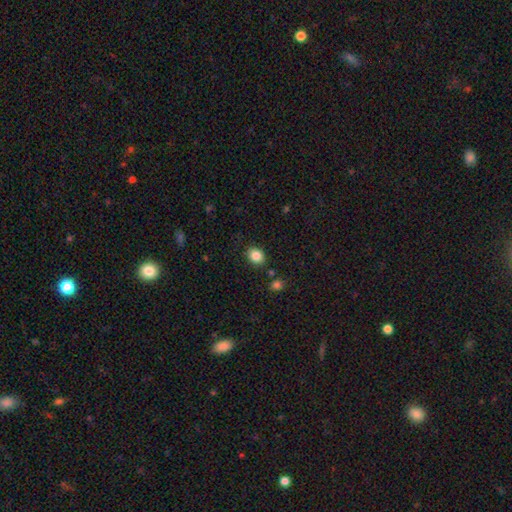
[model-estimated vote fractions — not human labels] smooth-or-featured: smooth: 85% | star or artifact: 10% | featured or disk: 5%
  how-rounded: round: 55% | in between: 44% | cigar-shaped: 1%
  merging: none: 85% | minor disturbance: 9% | merger: 3% | major disturbance: 3%